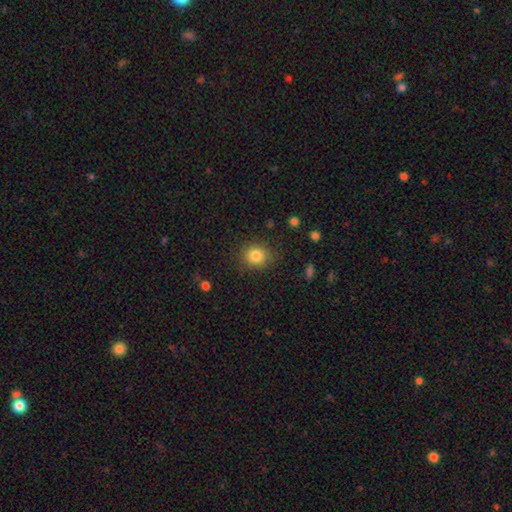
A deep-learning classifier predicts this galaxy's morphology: Smooth or featured? smooth (84%)
How rounded? round (81%)
Merging? none (85%)